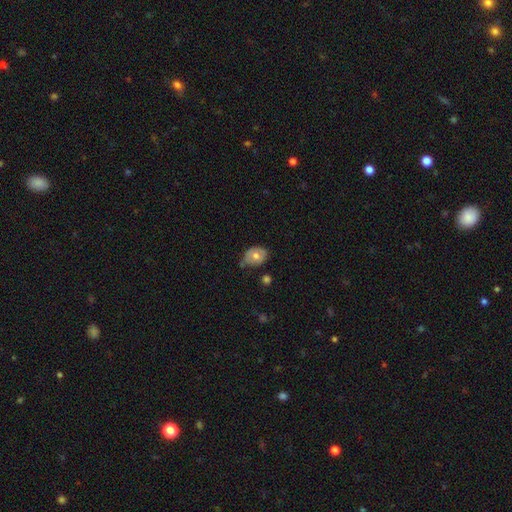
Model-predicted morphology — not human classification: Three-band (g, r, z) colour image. It shows a smooth galaxy with no disk features (61%) that is in between round and cigar-shaped (65%). Merging: none (47%).